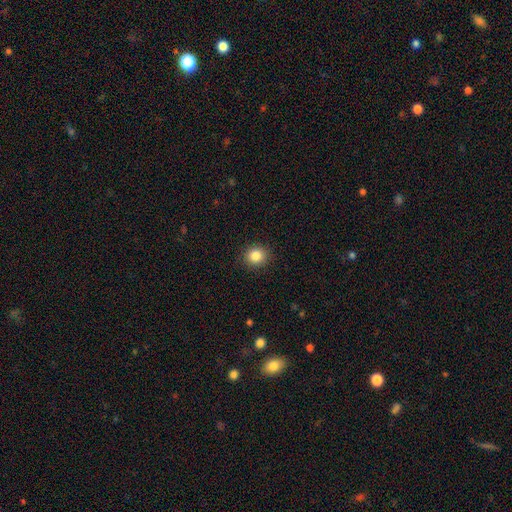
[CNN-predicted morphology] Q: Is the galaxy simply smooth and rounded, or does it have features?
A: smooth — 85%.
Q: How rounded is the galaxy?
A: round — 84%.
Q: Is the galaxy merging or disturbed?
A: none — 91%.